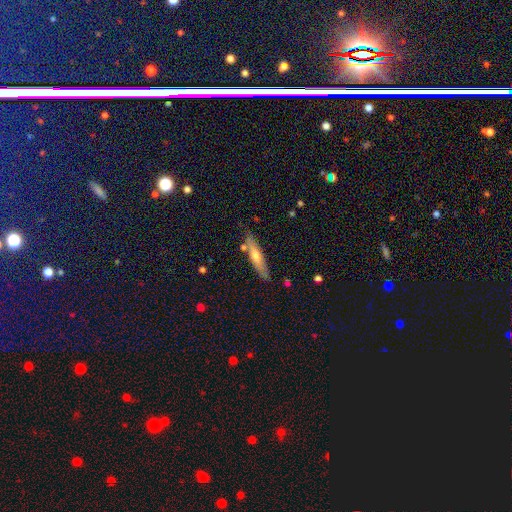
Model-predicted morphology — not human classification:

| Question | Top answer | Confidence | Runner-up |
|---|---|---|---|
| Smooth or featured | smooth | 48% | featured or disk (45%) |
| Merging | none | 80% | minor disturbance (13%) |